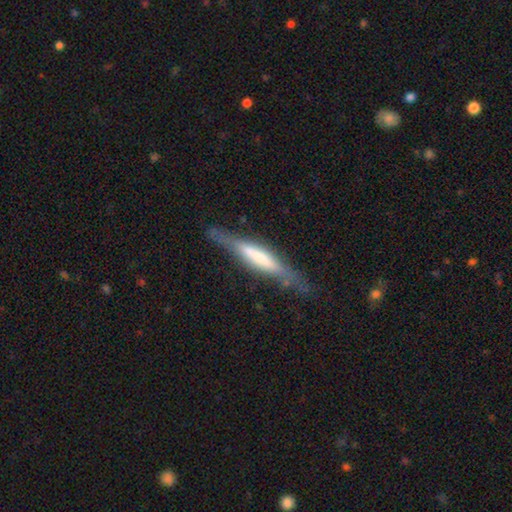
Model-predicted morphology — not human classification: A featured or disk galaxy (63%) viewed edge-on (91%) with a boxy central bulge (50%).

Vote fractions:
- Smooth or featured? featured or disk: 63% / smooth: 31% / star or artifact: 6%
- Edge-on disk? yes: 91% / no: 9%
- Edge-on bulge? boxy: 50% / none: 26% / rounded: 24%
- Merging? none: 76% / minor disturbance: 17% / major disturbance: 5% / merger: 2%